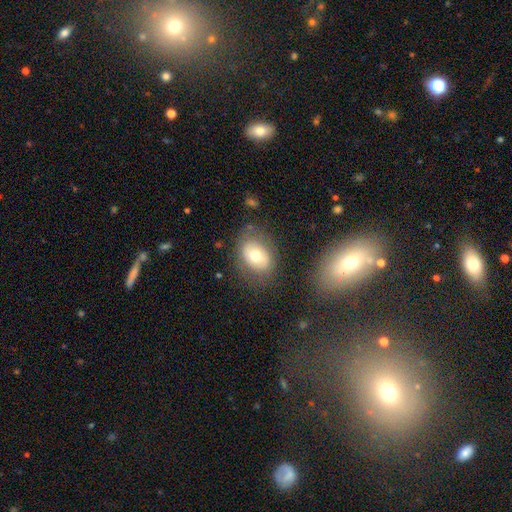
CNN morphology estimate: smooth_or_featured: smooth (p=0.64) [alt: featured or disk p=0.27]
how_rounded: in between (p=0.71) [alt: round p=0.28]
merging: none (p=0.73) [alt: minor disturbance p=0.16]